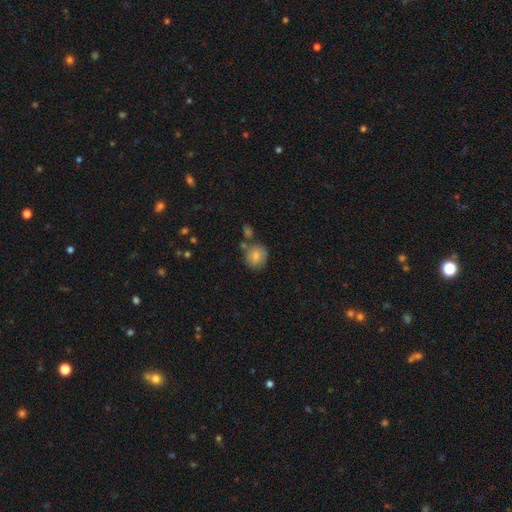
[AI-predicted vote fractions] Overall: smooth (83%). How rounded: round (75%). Merging: none (66%).